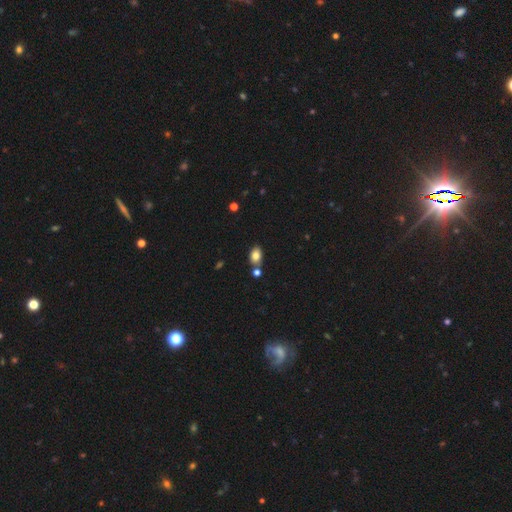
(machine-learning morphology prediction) Smooth or featured?
  - smooth: 82% *
  - star or artifact: 10%
  - featured or disk: 9%
How rounded?
  - in between: 83% *
  - round: 16%
  - cigar-shaped: 1%
Merging?
  - none: 72% *
  - merger: 14%
  - minor disturbance: 12%
  - major disturbance: 3%